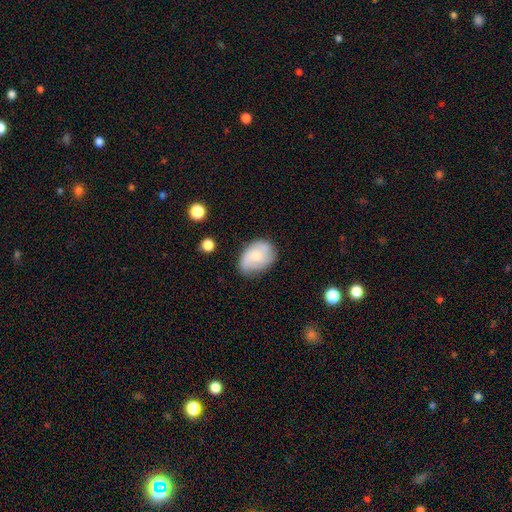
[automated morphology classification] A smooth galaxy with no disk features (61%) that is in between round and cigar-shaped (74%).

Vote fractions:
- Smooth or featured? smooth: 61% / featured or disk: 31% / star or artifact: 8%
- How rounded? in between: 74% / round: 24% / cigar-shaped: 1%
- Merging? none: 62% / minor disturbance: 29% / major disturbance: 8% / merger: 2%